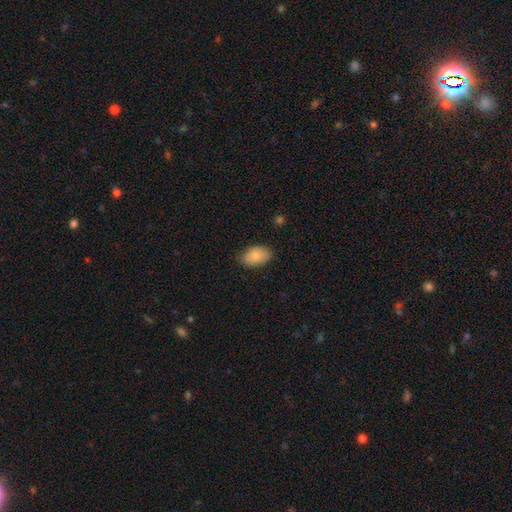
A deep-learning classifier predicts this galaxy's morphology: This appears to be a smooth galaxy with no disk features (82%) that is in between round and cigar-shaped (90%). Merging: none (83%).